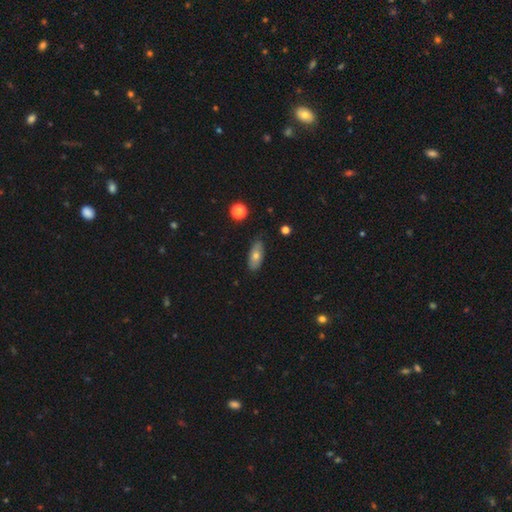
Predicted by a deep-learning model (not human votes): This appears to be a smooth galaxy with no disk features (69%) that is in between round and cigar-shaped (79%). Merging: none (84%).